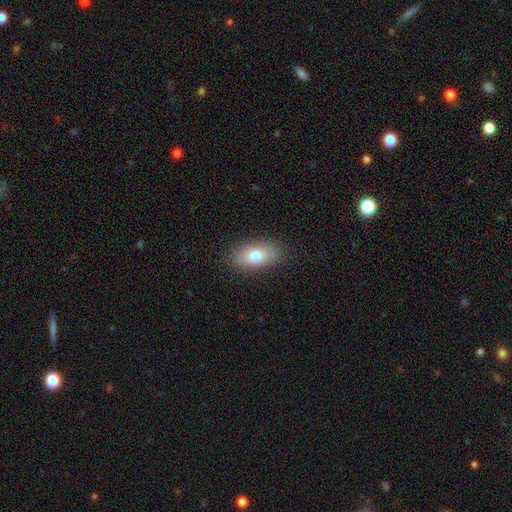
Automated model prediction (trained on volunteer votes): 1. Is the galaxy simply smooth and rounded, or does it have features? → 74% smooth, 17% featured or disk, 9% star or artifact.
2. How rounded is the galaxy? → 87% in between, 8% round, 5% cigar-shaped.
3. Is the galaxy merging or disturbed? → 87% none, 10% minor disturbance, 3% major disturbance, 1% merger.